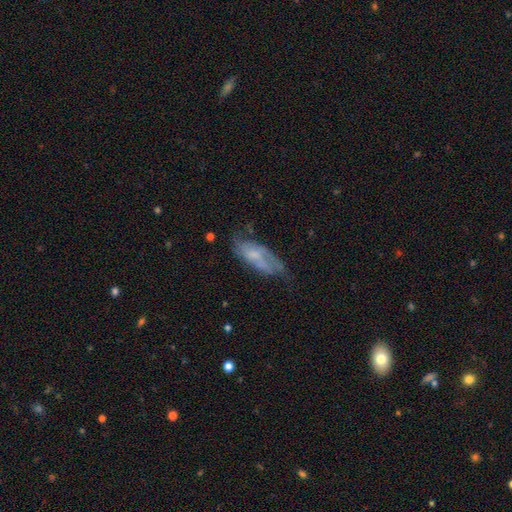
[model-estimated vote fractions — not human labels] Smooth or featured: featured or disk — 54% (smooth — 38%)
Edge-on disk: no — 84% (yes — 16%)
Merging: none — 45% (minor disturbance — 31%)